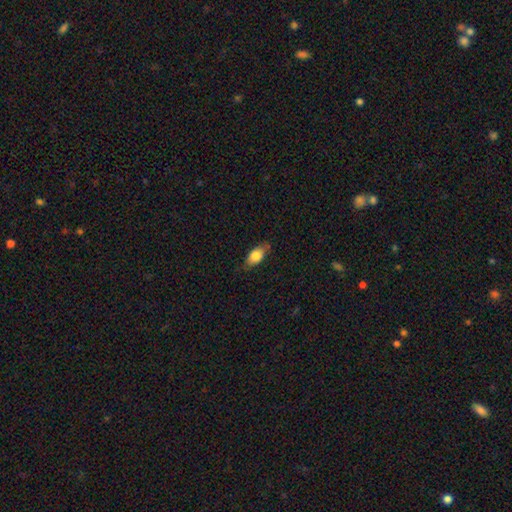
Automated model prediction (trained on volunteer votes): A smooth galaxy with no disk features (77%) that is in between round and cigar-shaped (87%). Merging: none (74%).